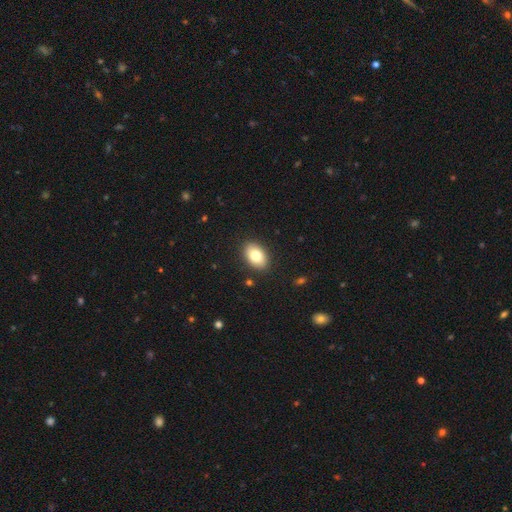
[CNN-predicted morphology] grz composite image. It shows a smooth galaxy with no disk features (80%) that is in between round and cigar-shaped (90%). Merging: none (89%).